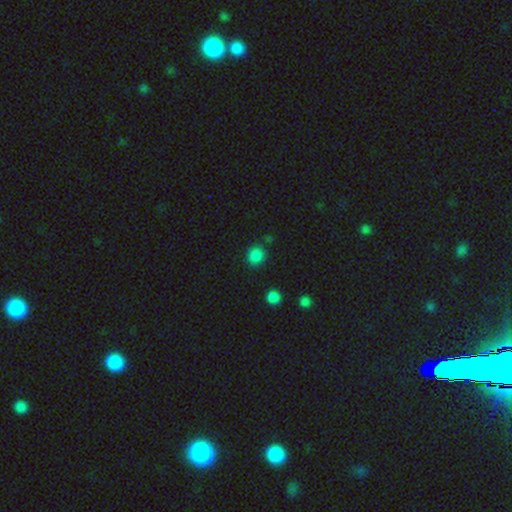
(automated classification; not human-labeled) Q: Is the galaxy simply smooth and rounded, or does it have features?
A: smooth — 84%.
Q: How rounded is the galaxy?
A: round — 85%.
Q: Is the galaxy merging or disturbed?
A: none — 86%.